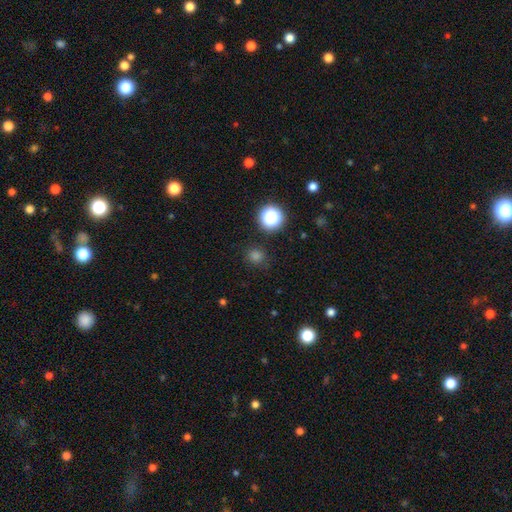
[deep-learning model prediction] This is likely a smooth galaxy (72%). How rounded: clearly round (88%). Merging: clearly none (87%).